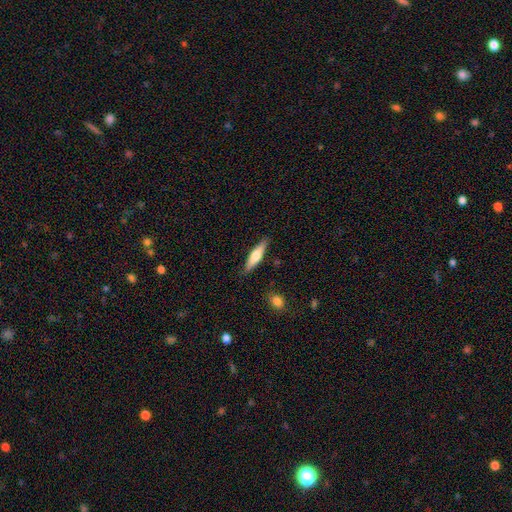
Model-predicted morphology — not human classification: Q: Smooth or featured?
A: smooth (55%); runner-up: featured or disk (39%)
Q: How rounded?
A: cigar-shaped (75%); runner-up: in between (23%)
Q: Merging?
A: none (86%); runner-up: minor disturbance (10%)